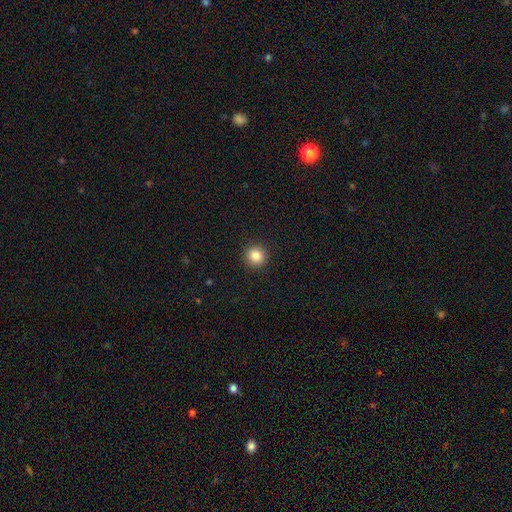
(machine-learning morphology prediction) Smooth or featured? smooth (85%)
How rounded? round (93%)
Merging? none (92%)